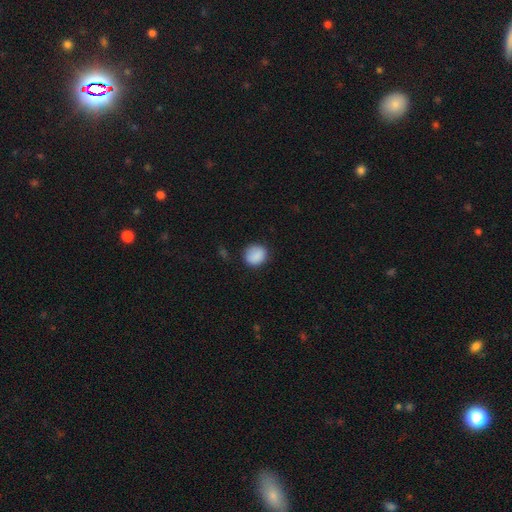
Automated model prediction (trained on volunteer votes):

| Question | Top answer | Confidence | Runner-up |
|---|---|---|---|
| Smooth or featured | smooth | 88% | star or artifact (8%) |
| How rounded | round | 76% | in between (23%) |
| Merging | none | 80% | minor disturbance (15%) |